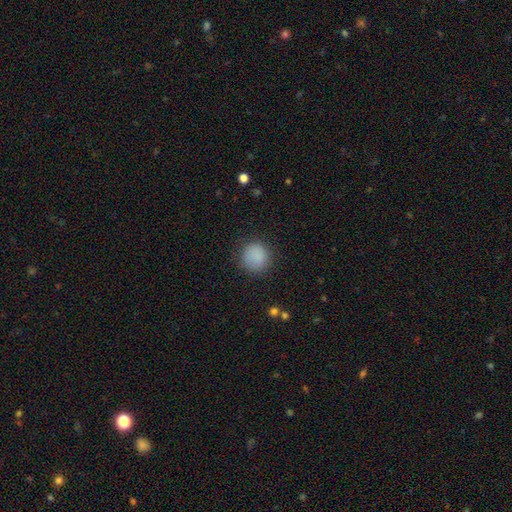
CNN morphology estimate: Q: Smooth or featured?
A: smooth (87%); runner-up: star or artifact (9%)
Q: How rounded?
A: round (93%); runner-up: in between (6%)
Q: Merging?
A: none (86%); runner-up: minor disturbance (10%)